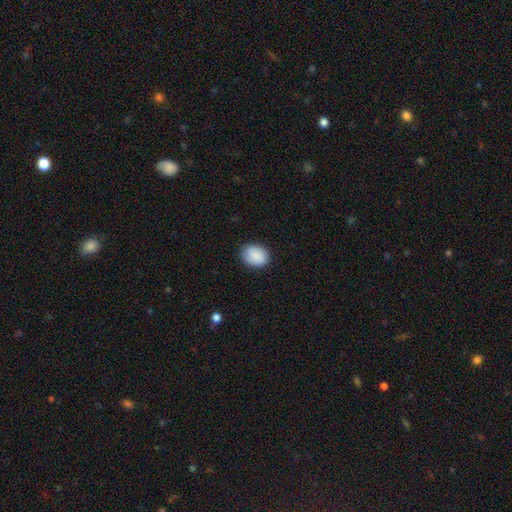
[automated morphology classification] A smooth galaxy with no disk features (89%) that is in between round and cigar-shaped (60%).

Vote fractions:
- Smooth or featured? smooth: 89% / star or artifact: 7% / featured or disk: 5%
- How rounded? in between: 60% / round: 39% / cigar-shaped: 1%
- Merging? none: 85% / minor disturbance: 11% / major disturbance: 2% / merger: 1%